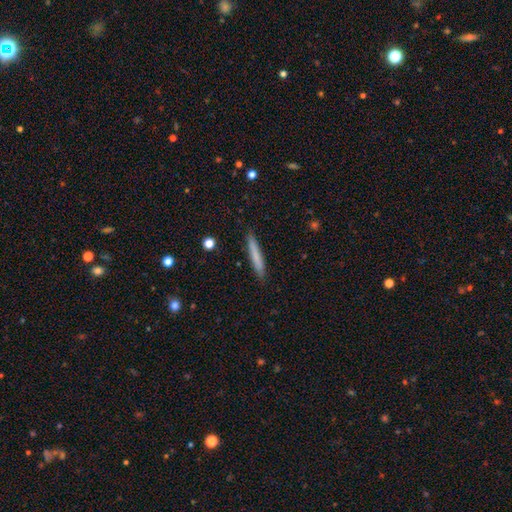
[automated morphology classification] smooth-or-featured: smooth: 75% | featured or disk: 19% | star or artifact: 6%
  how-rounded: cigar-shaped: 95% | in between: 3% | round: 1%
  merging: none: 90% | minor disturbance: 7% | major disturbance: 2% | merger: 1%